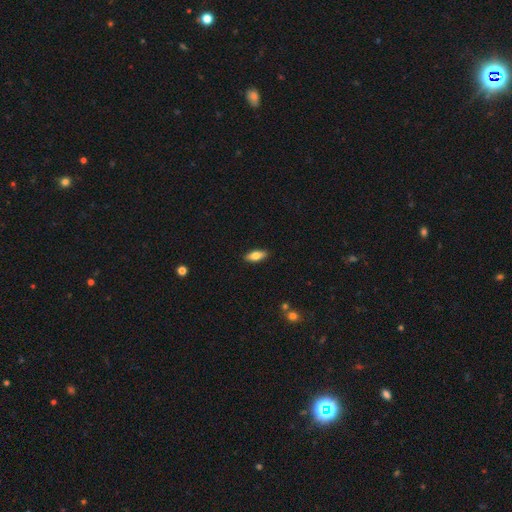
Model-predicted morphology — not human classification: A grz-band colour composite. It shows a smooth galaxy with no disk features (73%) that is in between round and cigar-shaped (80%). Merging: none (89%).